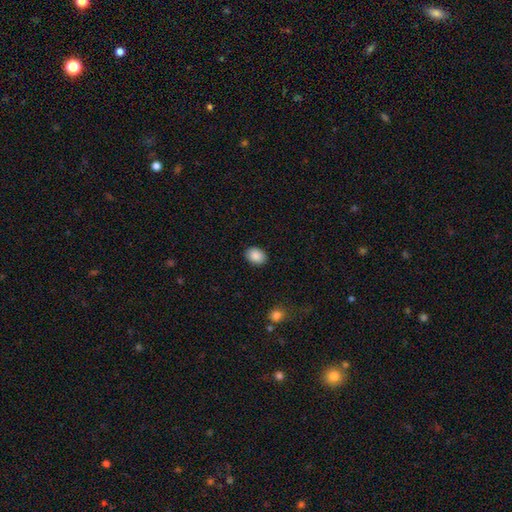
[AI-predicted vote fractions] This appears to be a smooth galaxy with no disk features (89%) that is in between round and cigar-shaped (65%). Merging: none (89%).